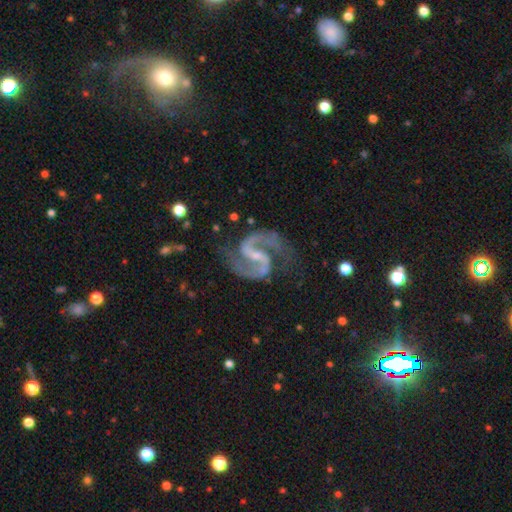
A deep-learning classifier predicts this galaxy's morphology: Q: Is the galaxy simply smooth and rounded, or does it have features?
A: featured or disk — 94%.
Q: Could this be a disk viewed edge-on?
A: no — 98%.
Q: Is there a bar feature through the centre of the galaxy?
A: weak — 48%.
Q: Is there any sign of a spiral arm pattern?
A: yes — 99%.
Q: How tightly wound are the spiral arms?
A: medium — 68%.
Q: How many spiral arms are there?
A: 2 — 95%.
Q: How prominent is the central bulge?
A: small — 59%.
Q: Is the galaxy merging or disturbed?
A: none — 74%.